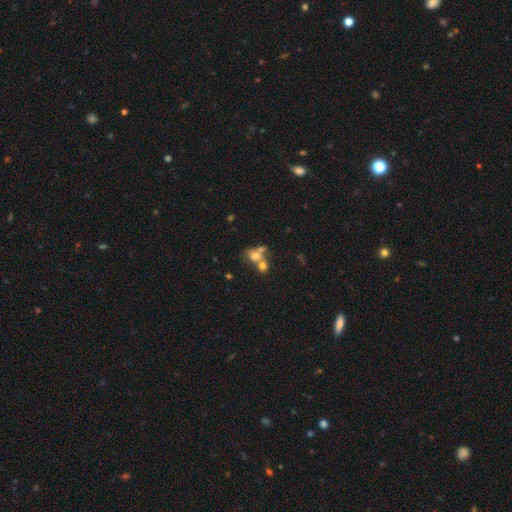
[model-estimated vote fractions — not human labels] Smooth or featured? Predicted: smooth (p=0.68). How rounded? Predicted: round (p=0.62). Merging? Predicted: merger (p=0.56).